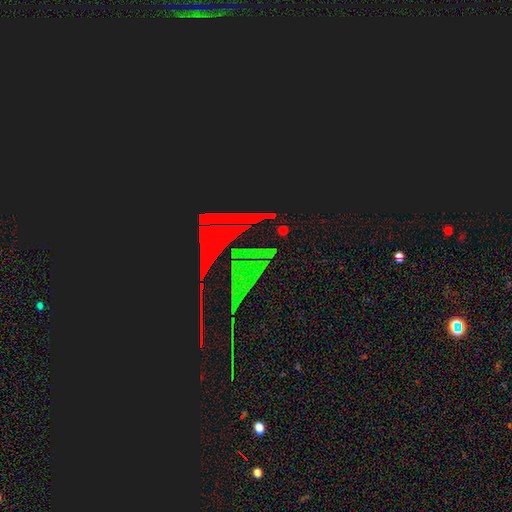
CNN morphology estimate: smooth-or-featured: star or artifact: 81% | featured or disk: 10% | smooth: 9%